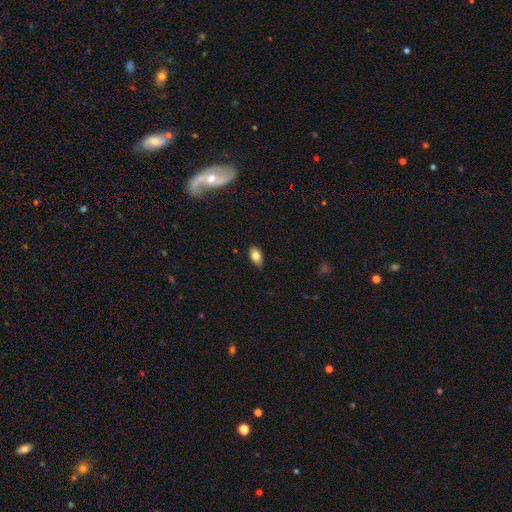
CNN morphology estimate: Smooth or featured?
  - smooth: 78% *
  - featured or disk: 14%
  - star or artifact: 8%
How rounded?
  - in between: 90% *
  - round: 6%
  - cigar-shaped: 5%
Merging?
  - none: 84% *
  - minor disturbance: 13%
  - major disturbance: 2%
  - merger: 1%